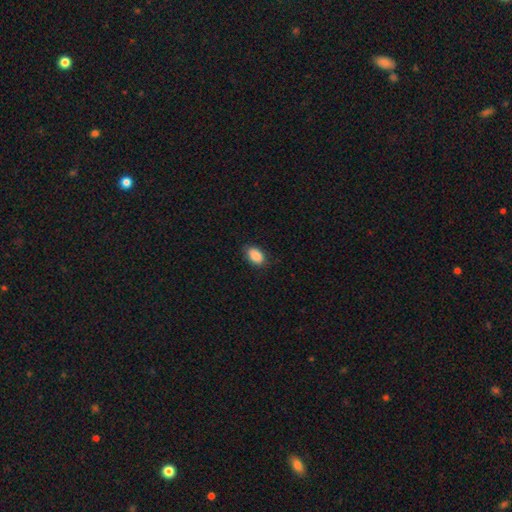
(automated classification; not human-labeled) Smooth or featured? Predicted: smooth (p=0.89). How rounded? Predicted: in between (p=0.88). Merging? Predicted: none (p=0.81).